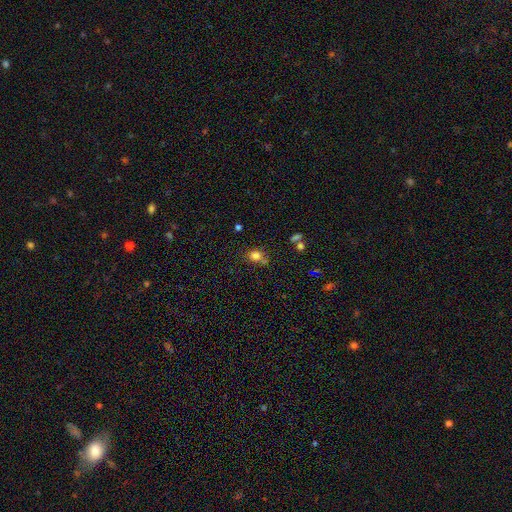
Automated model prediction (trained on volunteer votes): Overall: smooth (78%). How rounded: round (70%). Merging: none (62%).